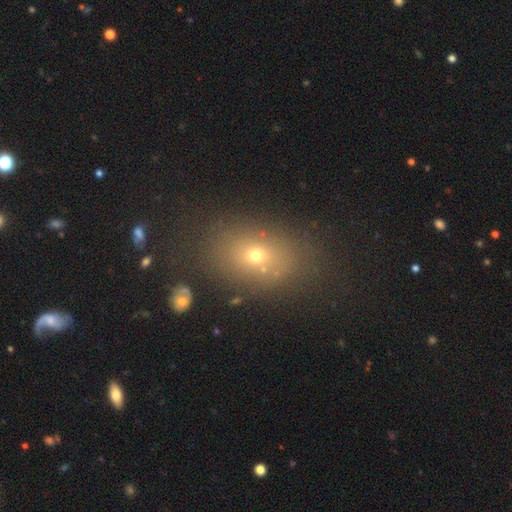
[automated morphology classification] The model was most divided on "how rounded": in between: 66%, round: 33%, cigar-shaped: 2%. More confident: merging — none (74%); smooth or featured — smooth (65%).